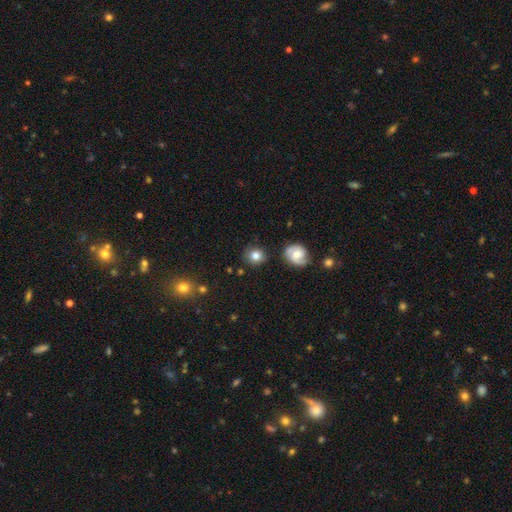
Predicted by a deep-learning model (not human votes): Smooth or featured?
  - smooth: 80% *
  - featured or disk: 12%
  - star or artifact: 9%
How rounded?
  - round: 84% *
  - in between: 15%
  - cigar-shaped: 1%
Merging?
  - none: 83% *
  - minor disturbance: 11%
  - merger: 3%
  - major disturbance: 3%